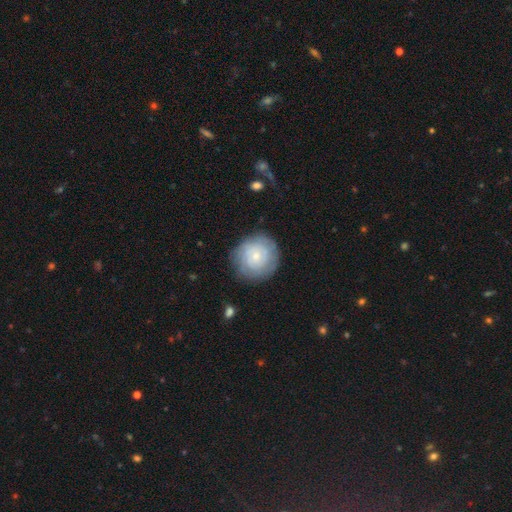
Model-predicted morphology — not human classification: Smooth or featured?
  - smooth: 53% *
  - featured or disk: 40%
  - star or artifact: 7%
How rounded?
  - round: 90% *
  - in between: 9%
  - cigar-shaped: 1%
Merging?
  - none: 79% *
  - minor disturbance: 15%
  - major disturbance: 5%
  - merger: 1%